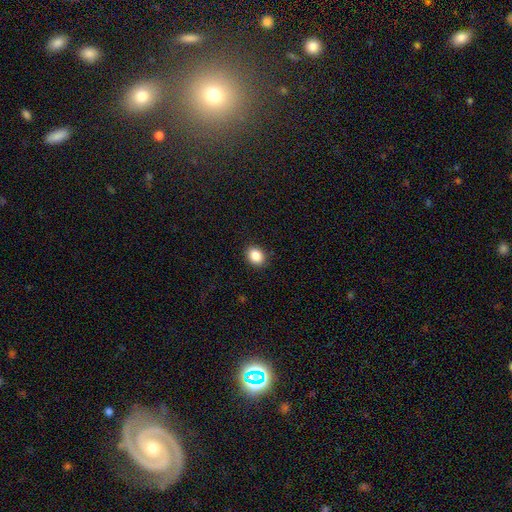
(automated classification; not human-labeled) The model was most divided on "how rounded": in between: 52%, round: 48%, cigar-shaped: 1%. More confident: merging — none (90%); smooth or featured — smooth (87%).